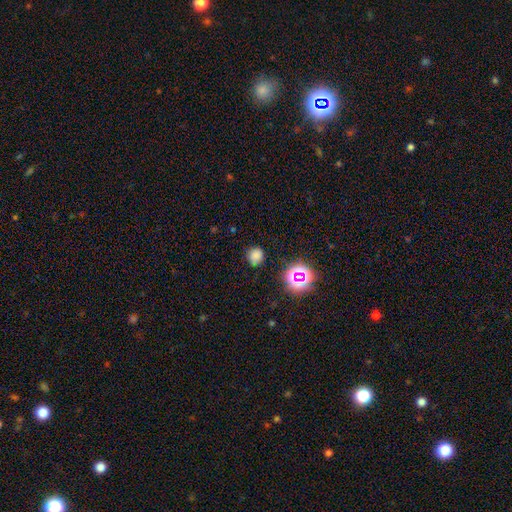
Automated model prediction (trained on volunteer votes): Smooth or featured? Predicted: smooth (p=0.73). How rounded? Predicted: round (p=0.87). Merging? Predicted: none (p=0.83).